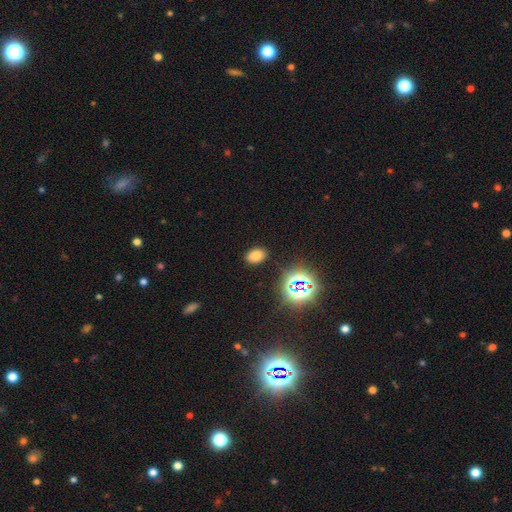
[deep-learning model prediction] smooth_or_featured: smooth (p=0.72) [alt: star or artifact p=0.21]
how_rounded: in between (p=0.81) [alt: round p=0.18]
merging: none (p=0.87) [alt: minor disturbance p=0.08]